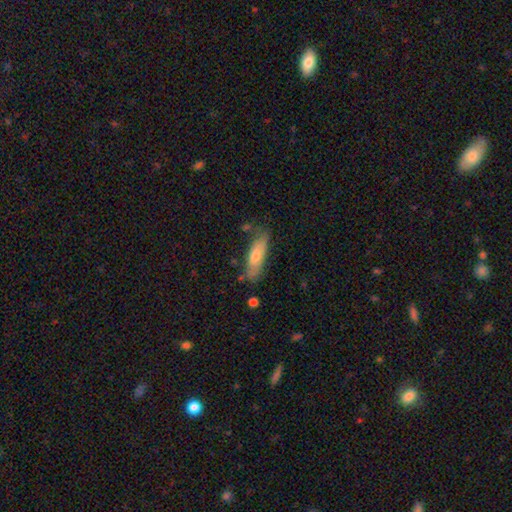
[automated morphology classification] A smooth galaxy with no disk features (68%) that is cigar-shaped (57%).

Vote fractions:
- Smooth or featured? smooth: 68% / featured or disk: 26% / star or artifact: 6%
- How rounded? cigar-shaped: 57% / in between: 41% / round: 2%
- Merging? none: 71% / minor disturbance: 20% / merger: 5% / major disturbance: 5%